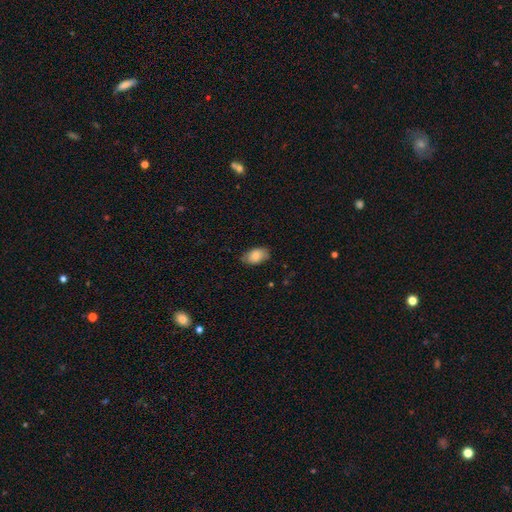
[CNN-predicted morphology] Smooth or featured: smooth — 83% (featured or disk — 10%)
How rounded: in between — 92% (round — 6%)
Merging: none — 79% (minor disturbance — 17%)